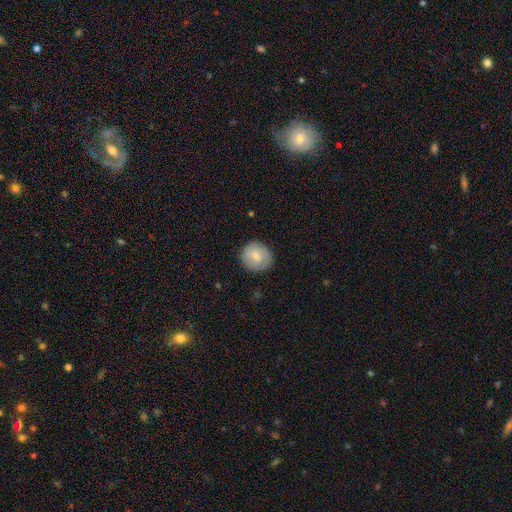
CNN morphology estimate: A smooth galaxy with no disk features (68%) that is round (88%). Merging: none (85%).